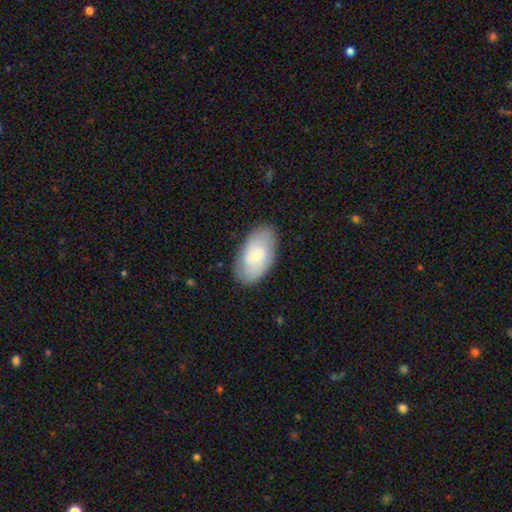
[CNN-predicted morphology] Q: Smooth or featured?
A: smooth (61%); runner-up: featured or disk (32%)
Q: How rounded?
A: in between (94%); runner-up: round (4%)
Q: Merging?
A: none (83%); runner-up: minor disturbance (13%)